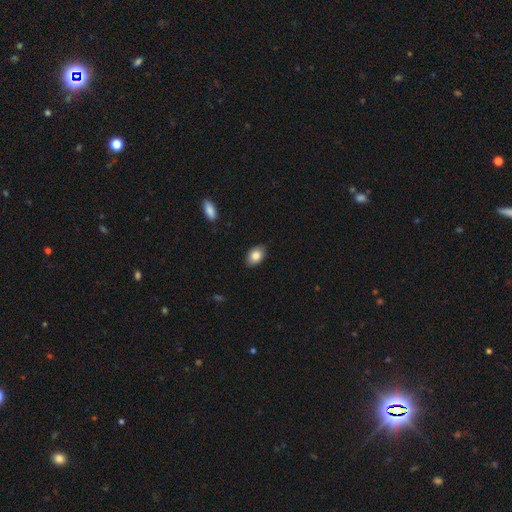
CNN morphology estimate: A smooth galaxy with no disk features (85%) that is in between round and cigar-shaped (87%). Merging: none (87%).